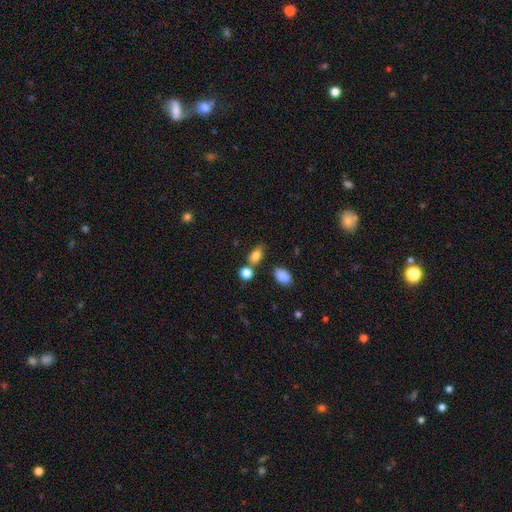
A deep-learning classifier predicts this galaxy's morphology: Overall: smooth (82%). How rounded: in between (80%). Merging: none (65%).